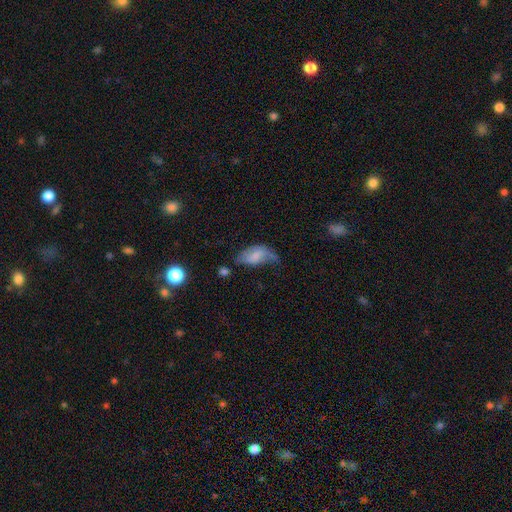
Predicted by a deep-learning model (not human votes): A smooth galaxy with no disk features (63%) that is in between round and cigar-shaped (93%).

Vote fractions:
- Smooth or featured? smooth: 63% / featured or disk: 28% / star or artifact: 9%
- How rounded? in between: 93% / round: 4% / cigar-shaped: 4%
- Merging? minor disturbance: 37% / major disturbance: 30% / none: 27% / merger: 6%